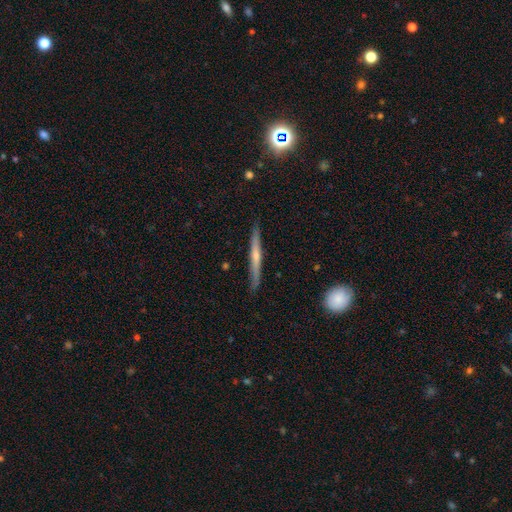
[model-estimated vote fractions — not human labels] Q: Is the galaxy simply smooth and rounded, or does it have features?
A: featured or disk — 65%.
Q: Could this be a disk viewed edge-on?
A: yes — 97%.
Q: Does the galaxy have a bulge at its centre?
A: rounded — 64%.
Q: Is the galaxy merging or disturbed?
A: none — 88%.